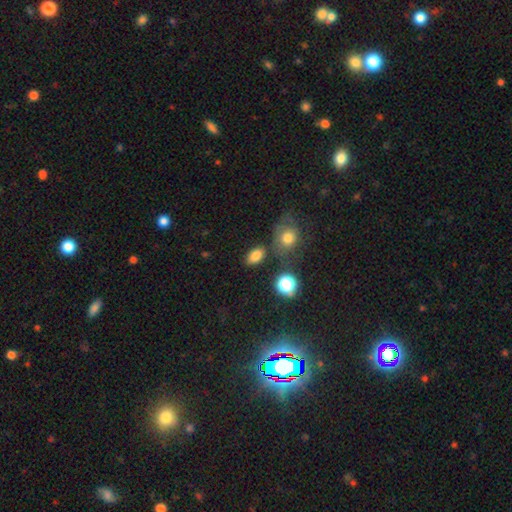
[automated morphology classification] This is clearly a smooth galaxy (80%). How rounded: clearly in between (82%). Merging: likely none (75%).